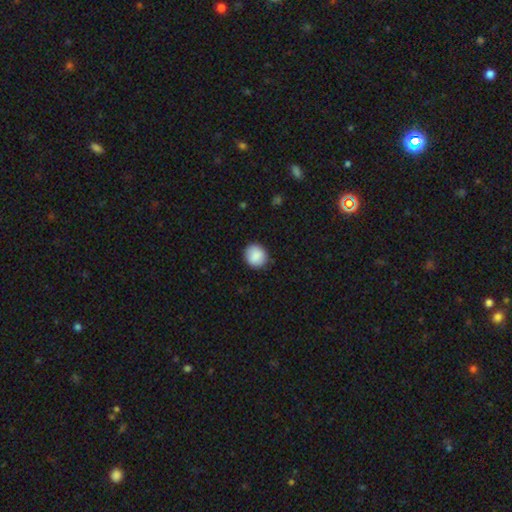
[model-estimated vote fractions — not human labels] Smooth or featured? Predicted: smooth (p=0.88). How rounded? Predicted: round (p=0.83). Merging? Predicted: none (p=0.88).